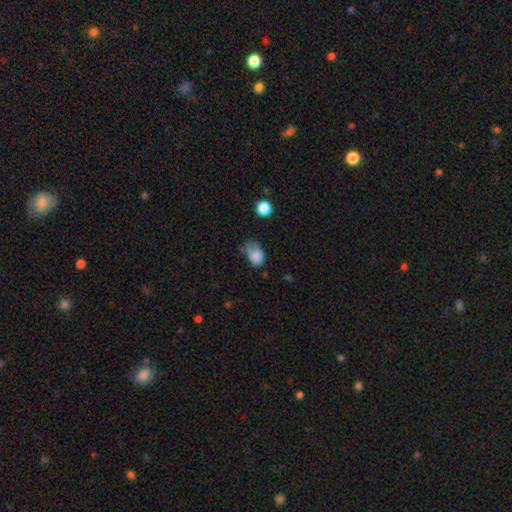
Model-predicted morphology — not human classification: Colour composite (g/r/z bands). It shows a smooth galaxy with no disk features (79%) that is in between round and cigar-shaped (75%). Merging: minor disturbance (40%).